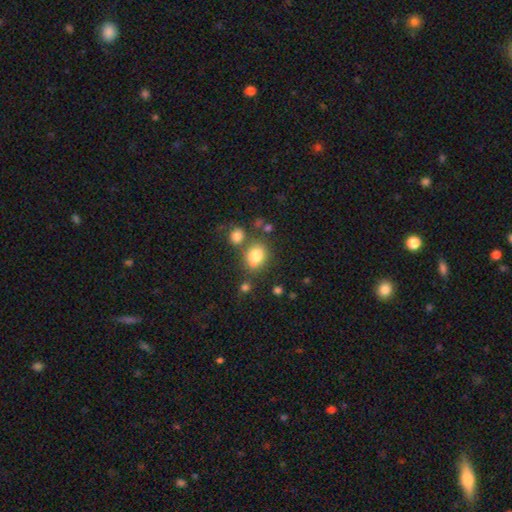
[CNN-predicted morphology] A smooth galaxy with no disk features (80%) that is round (56%).

Vote fractions:
- Smooth or featured? smooth: 80% / star or artifact: 11% / featured or disk: 9%
- How rounded? round: 56% / in between: 43% / cigar-shaped: 1%
- Merging? none: 61% / merger: 18% / minor disturbance: 16% / major disturbance: 6%